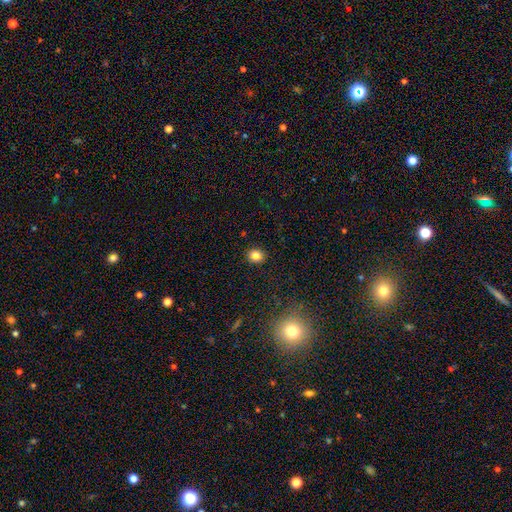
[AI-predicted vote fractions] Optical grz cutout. It shows a smooth galaxy with no disk features (80%) that is round (76%). Merging: none (88%).